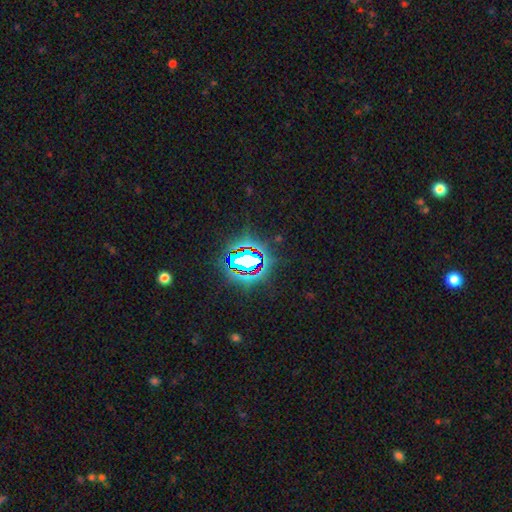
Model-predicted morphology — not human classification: Overall: star or artifact (79%).